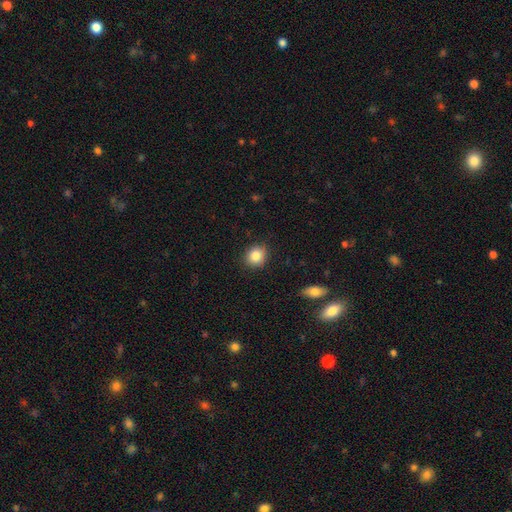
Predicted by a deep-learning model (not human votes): A smooth galaxy with no disk features (85%) that is round (79%).

Vote fractions:
- Smooth or featured? smooth: 85% / star or artifact: 9% / featured or disk: 6%
- How rounded? round: 79% / in between: 20% / cigar-shaped: 1%
- Merging? none: 87% / minor disturbance: 10% / major disturbance: 2% / merger: 1%